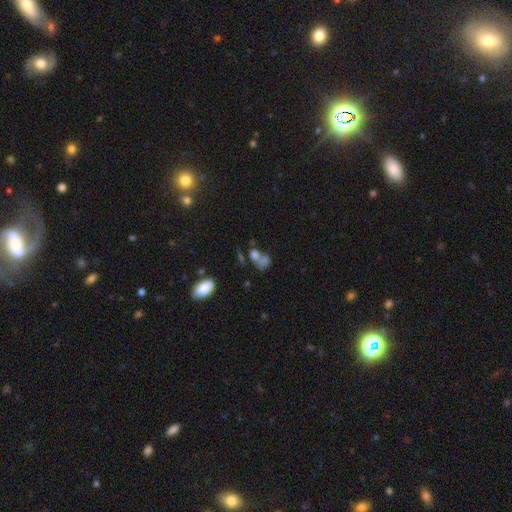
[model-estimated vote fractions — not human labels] A smooth galaxy with no disk features (67%) that is in between round and cigar-shaped (69%). Merging: merger (45%).